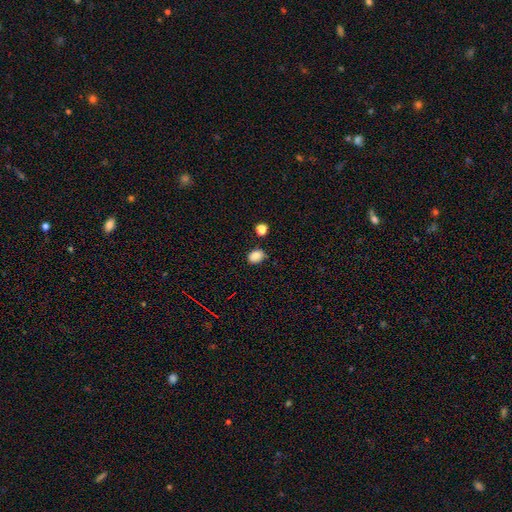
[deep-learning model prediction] Overall: smooth (84%). How rounded: in between (66%; round 33%). Merging: none (73%).